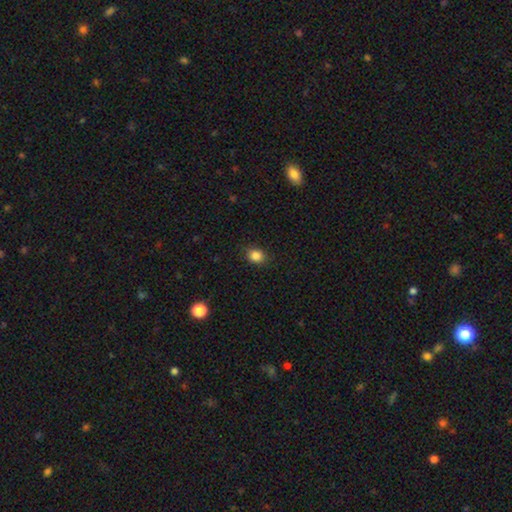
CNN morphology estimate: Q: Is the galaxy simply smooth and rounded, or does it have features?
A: smooth — 85%.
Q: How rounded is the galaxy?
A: round — 52%.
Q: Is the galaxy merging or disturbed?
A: none — 86%.